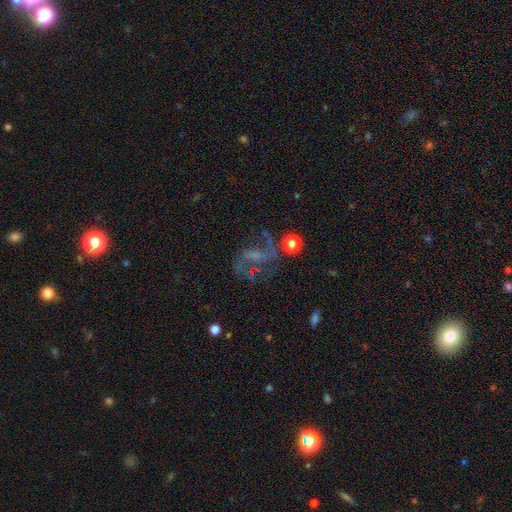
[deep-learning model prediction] Smooth or featured? Predicted: featured or disk (p=0.62). Edge-on disk? Predicted: no (p=0.96). Bar? Predicted: no (p=0.39, tied with weak). Spiral arms? Predicted: yes (p=0.71). Bulge size? Predicted: none (p=0.50). Merging? Predicted: none (p=0.44).